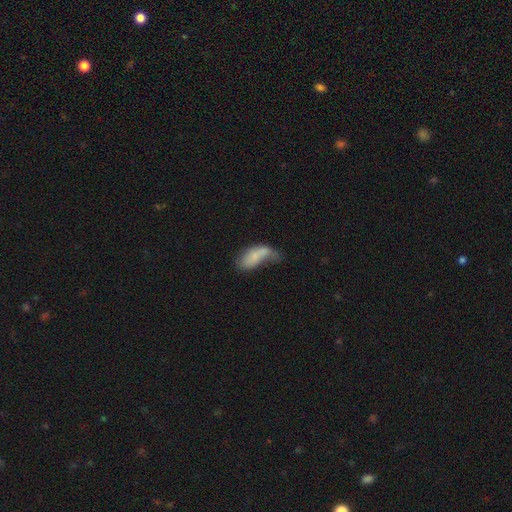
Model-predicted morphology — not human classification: This appears to be a smooth galaxy with no disk features (69%) that is in between round and cigar-shaped (86%). Merging: major disturbance (36%).